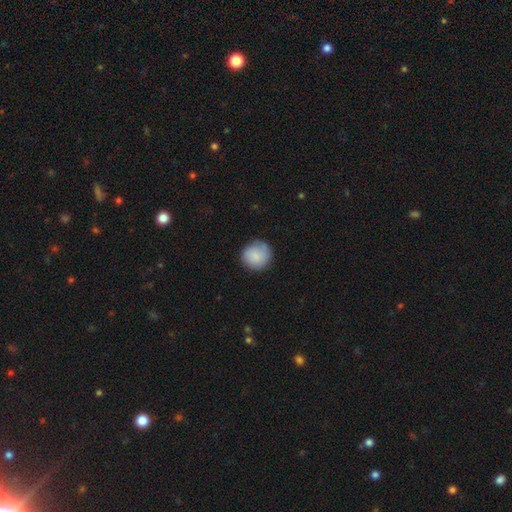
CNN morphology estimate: Smooth or featured? smooth (81%)
How rounded? round (91%)
Merging? none (76%)